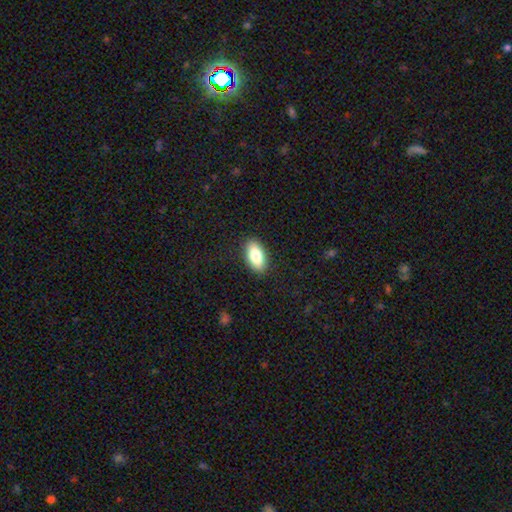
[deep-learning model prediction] The model was most divided on "smooth or featured": smooth: 83%, featured or disk: 11%, star or artifact: 7%. More confident: how rounded — in between (91%); merging — none (89%).